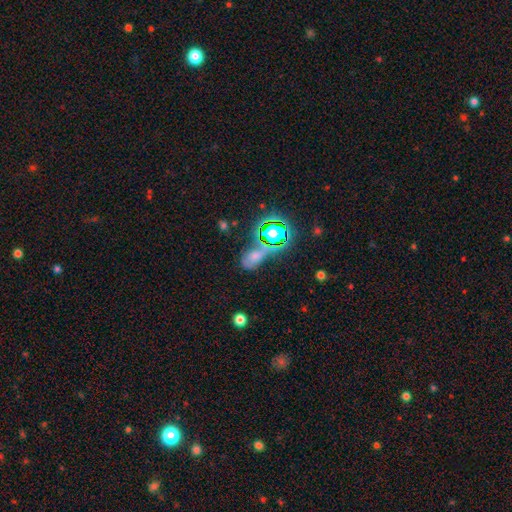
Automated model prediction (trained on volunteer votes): This appears to be a smooth galaxy with no disk features (46%). Merging: none (37%).